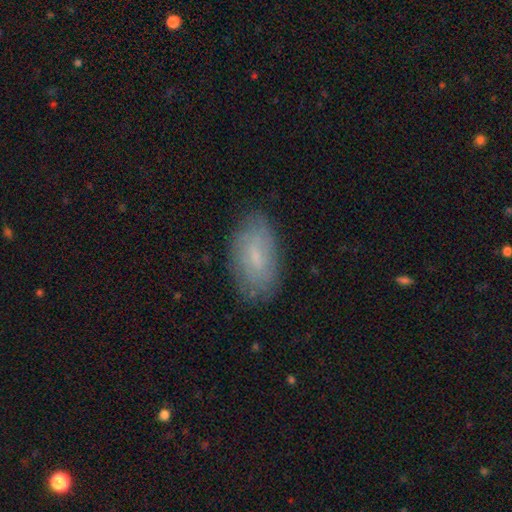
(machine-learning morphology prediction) This appears to be a smooth galaxy with no disk features (54%) that is in between round and cigar-shaped (91%). Merging: none (78%).